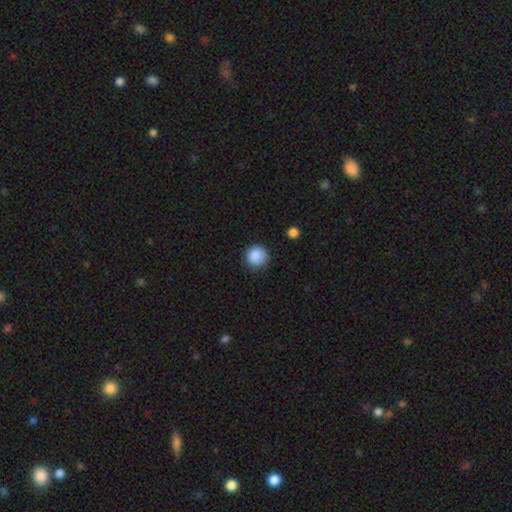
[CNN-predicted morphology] Q: Smooth or featured?
A: smooth (88%); runner-up: star or artifact (9%)
Q: How rounded?
A: round (95%); runner-up: in between (4%)
Q: Merging?
A: none (88%); runner-up: minor disturbance (8%)